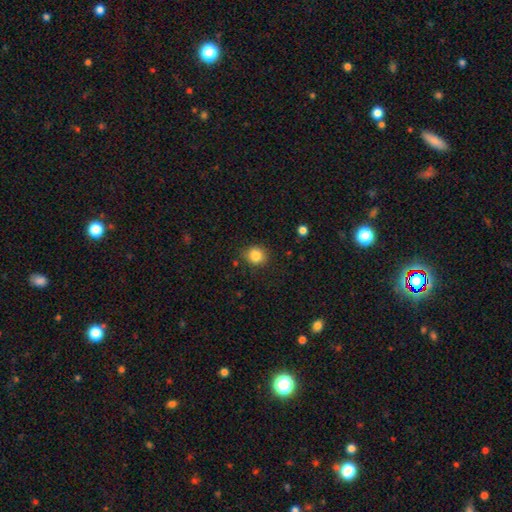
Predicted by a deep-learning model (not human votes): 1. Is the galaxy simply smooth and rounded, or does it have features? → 83% smooth, 11% star or artifact, 6% featured or disk.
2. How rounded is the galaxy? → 86% round, 13% in between, 1% cigar-shaped.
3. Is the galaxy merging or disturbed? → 83% none, 12% minor disturbance, 3% major disturbance, 2% merger.